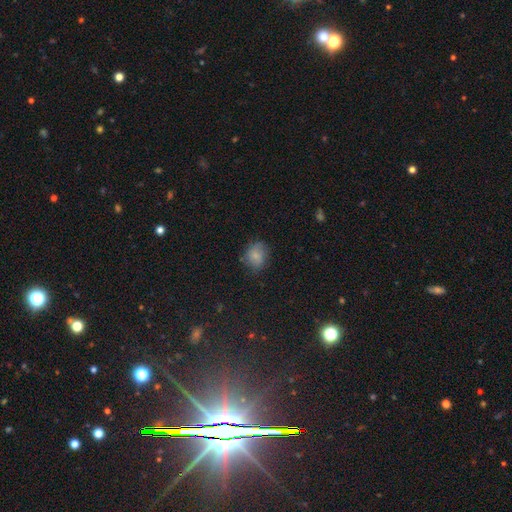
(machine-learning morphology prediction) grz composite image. It shows a smooth galaxy with no disk features (79%) that is round (61%). Merging: none (71%).